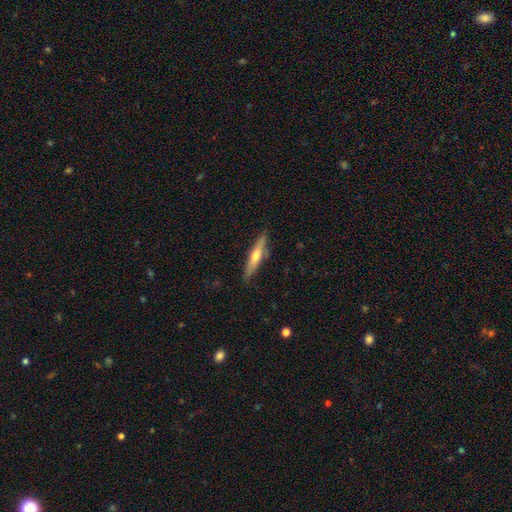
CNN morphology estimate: smooth_or_featured: smooth (p=0.47) [tied with: featured or disk p=0.47]
merging: none (p=0.84) [alt: minor disturbance p=0.12]